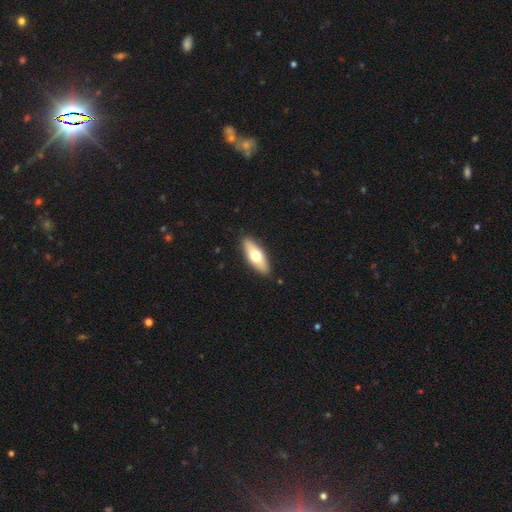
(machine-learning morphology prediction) Q: Smooth or featured?
A: smooth (60%); runner-up: featured or disk (34%)
Q: How rounded?
A: in between (65%); runner-up: cigar-shaped (32%)
Q: Merging?
A: none (89%); runner-up: minor disturbance (8%)